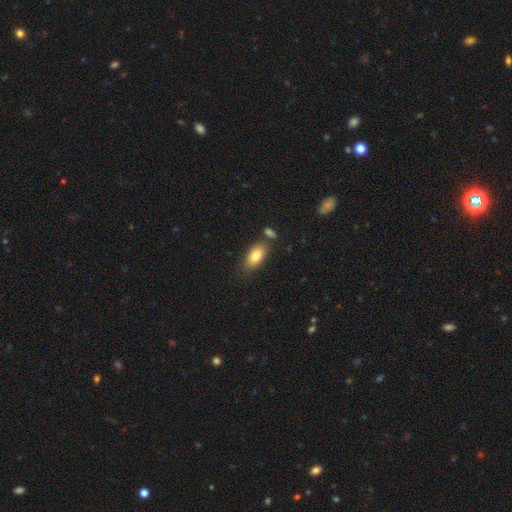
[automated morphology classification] smooth 84%, featured or disk 9%, star or artifact 7%. Down the decision tree: how rounded — in between (91%); merging — none (72%).